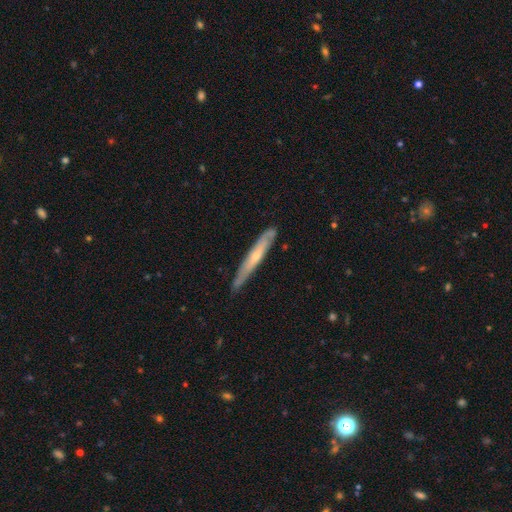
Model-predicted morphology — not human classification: Smooth or featured? Predicted: featured or disk (p=0.55). Edge-on disk? Predicted: yes (p=0.86). Merging? Predicted: none (p=0.78).